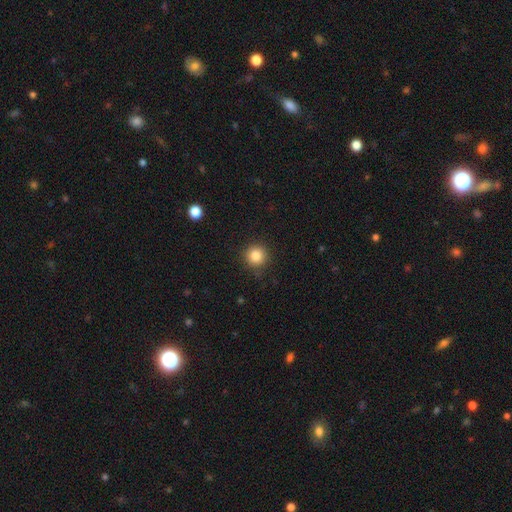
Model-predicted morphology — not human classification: Smooth or featured: smooth — 84% (star or artifact — 11%)
How rounded: round — 94% (in between — 5%)
Merging: none — 90% (minor disturbance — 7%)